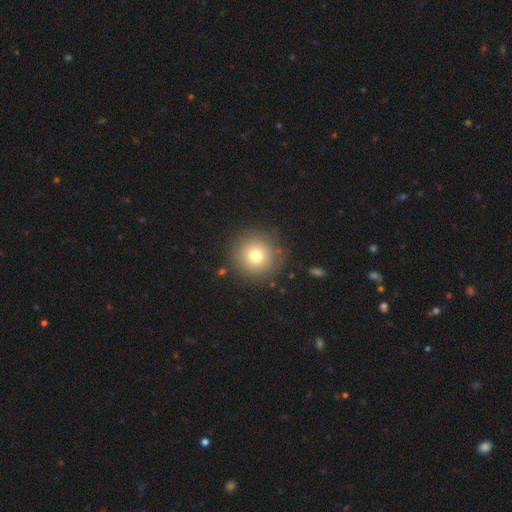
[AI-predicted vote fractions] This is likely a smooth galaxy (76%). How rounded: clearly round (95%). Merging: clearly none (87%).